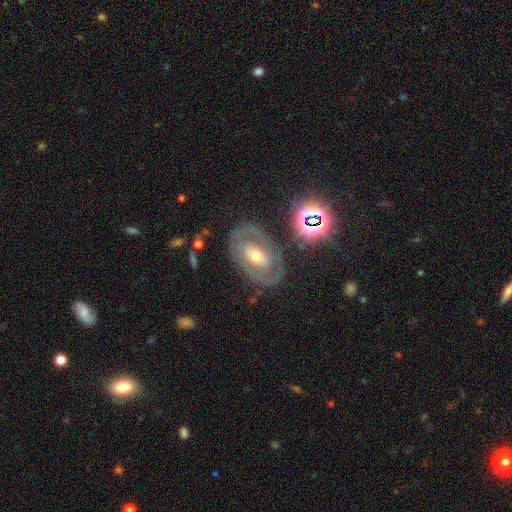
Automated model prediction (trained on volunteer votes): Overall: featured or disk (72%). Edge-on disk: no (94%). Bar: no (57%; weak 27%). Spiral arms: no (50%, tied with yes). Bulge size: moderate (62%; small 29%). Merging: none (77%).